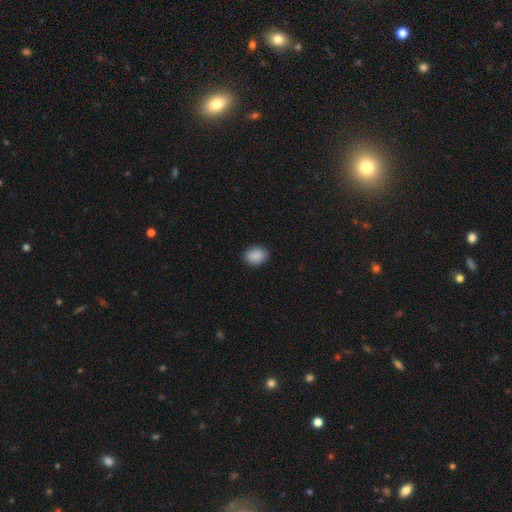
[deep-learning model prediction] Smooth or featured? Predicted: smooth (p=0.89). How rounded? Predicted: in between (p=0.59). Merging? Predicted: none (p=0.87).